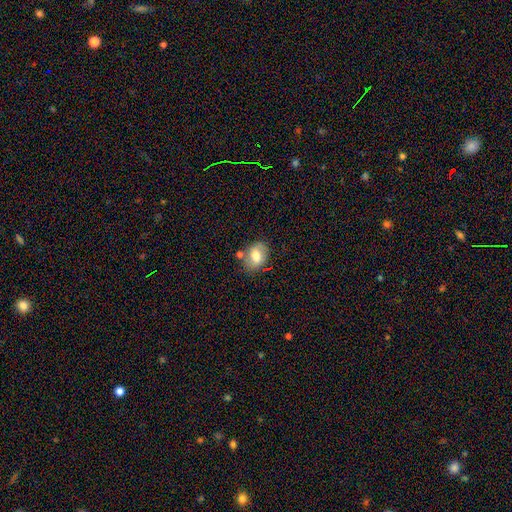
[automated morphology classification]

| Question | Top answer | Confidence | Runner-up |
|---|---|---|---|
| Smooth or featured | smooth | 68% | featured or disk (23%) |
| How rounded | in between | 68% | round (31%) |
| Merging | none | 66% | minor disturbance (19%) |